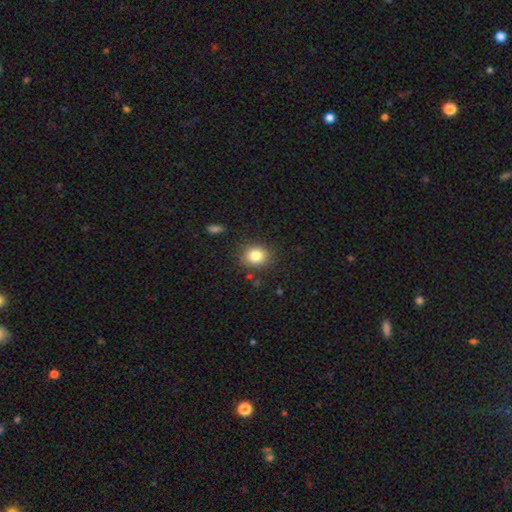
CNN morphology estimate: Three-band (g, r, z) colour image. It shows a smooth galaxy with no disk features (83%) that is round (64%). Merging: none (84%).